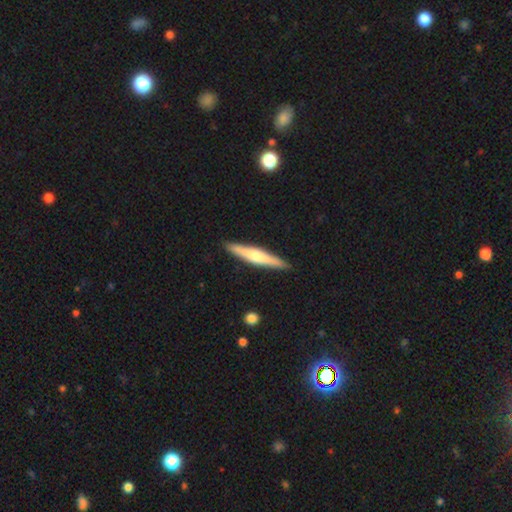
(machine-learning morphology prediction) Smooth or featured: featured or disk — 50% (smooth — 45%)
Edge-on disk: yes — 96% (no — 4%)
Merging: none — 90% (minor disturbance — 7%)